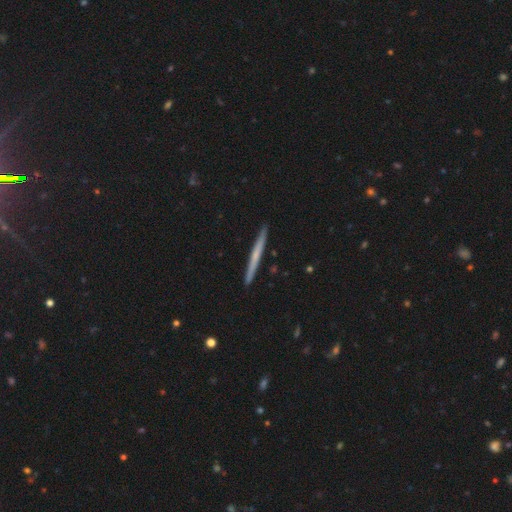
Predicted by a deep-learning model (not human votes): A featured or disk galaxy (48%).

Vote fractions:
- Smooth or featured? featured or disk: 48% / smooth: 47% / star or artifact: 6%
- Merging? none: 92% / minor disturbance: 6% / merger: 1% / major disturbance: 1%